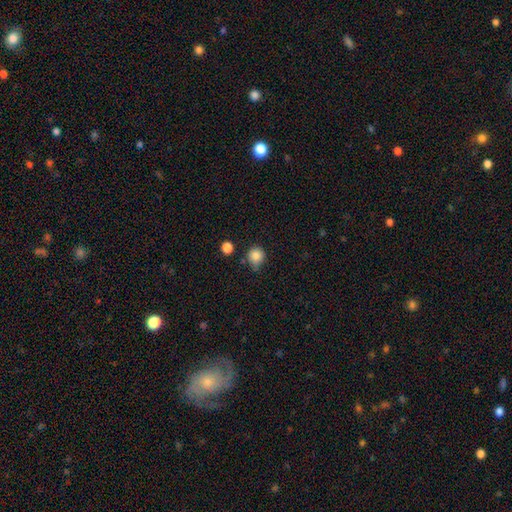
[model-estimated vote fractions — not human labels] smooth-or-featured: smooth: 84% | star or artifact: 11% | featured or disk: 5%
  how-rounded: round: 89% | in between: 11% | cigar-shaped: 1%
  merging: none: 67% | minor disturbance: 22% | merger: 6% | major disturbance: 5%